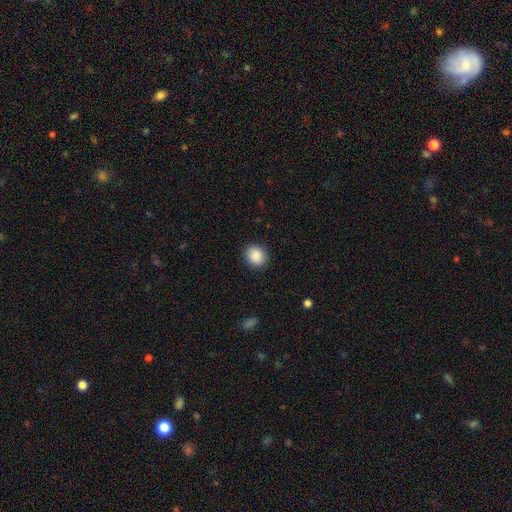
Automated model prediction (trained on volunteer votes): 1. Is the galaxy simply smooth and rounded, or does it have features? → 89% smooth, 8% star or artifact, 3% featured or disk.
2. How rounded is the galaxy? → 72% round, 27% in between, 1% cigar-shaped.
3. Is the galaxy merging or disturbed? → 90% none, 7% minor disturbance, 2% major disturbance, 1% merger.